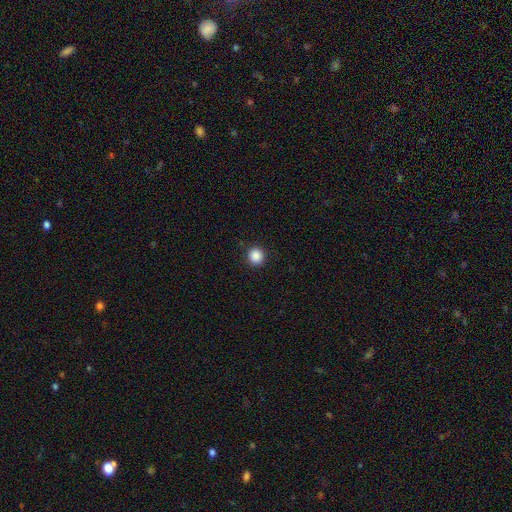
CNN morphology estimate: Smooth or featured?
  - smooth: 88% *
  - star or artifact: 10%
  - featured or disk: 3%
How rounded?
  - round: 93% *
  - in between: 6%
  - cigar-shaped: 1%
Merging?
  - none: 92% *
  - minor disturbance: 6%
  - major disturbance: 2%
  - merger: 1%